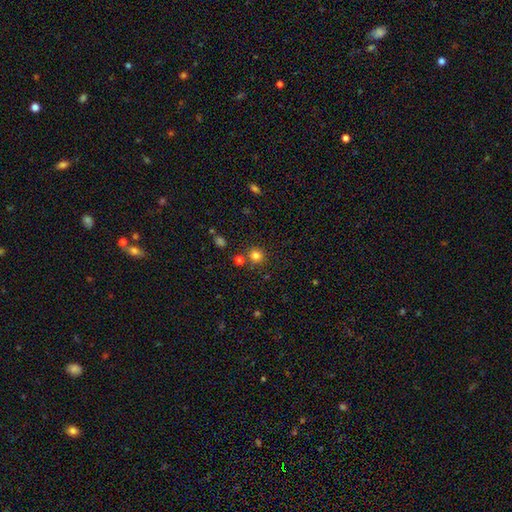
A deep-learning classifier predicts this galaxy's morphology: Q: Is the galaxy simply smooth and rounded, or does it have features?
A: smooth — 79%.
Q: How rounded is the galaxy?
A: round — 91%.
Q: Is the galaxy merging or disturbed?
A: none — 79%.